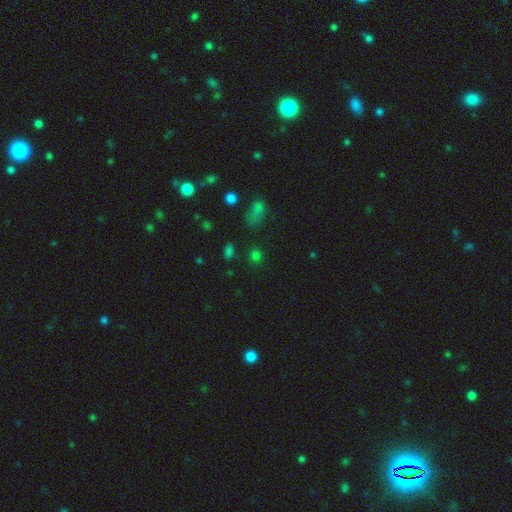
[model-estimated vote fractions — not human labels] This appears to be a smooth galaxy with no disk features (72%) that is round (78%). Merging: none (79%).